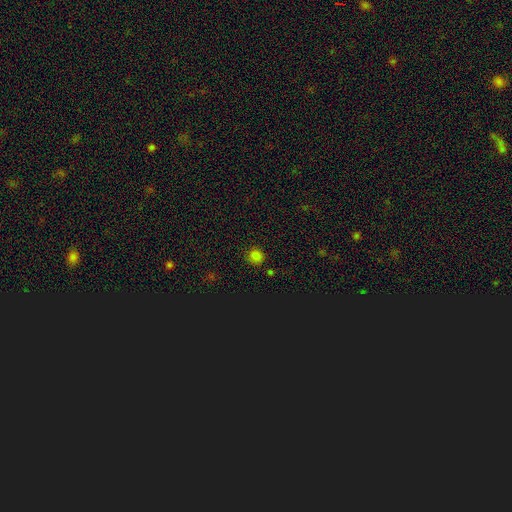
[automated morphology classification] Smooth or featured? smooth (76%)
How rounded? round (87%)
Merging? none (84%)